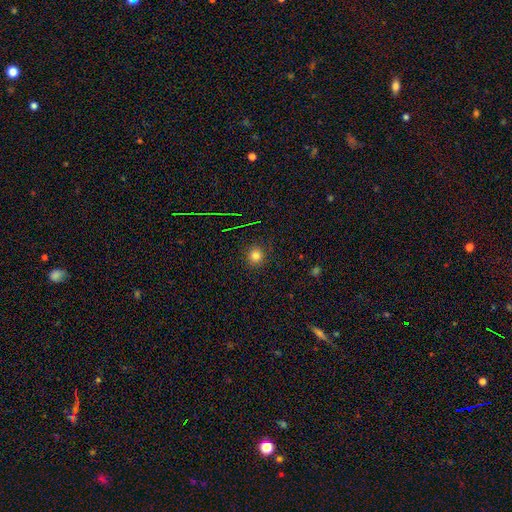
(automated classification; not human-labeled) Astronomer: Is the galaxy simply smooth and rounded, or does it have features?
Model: smooth — 79%.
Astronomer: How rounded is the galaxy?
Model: round — 91%.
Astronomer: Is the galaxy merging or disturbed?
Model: none — 90%.